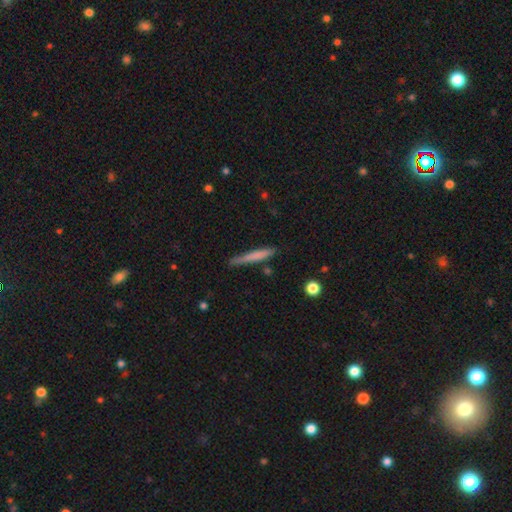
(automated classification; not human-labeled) smooth-or-featured: smooth: 68% | featured or disk: 26% | star or artifact: 6%
  how-rounded: cigar-shaped: 95% | in between: 3% | round: 1%
  merging: none: 79% | minor disturbance: 15% | major disturbance: 3% | merger: 3%